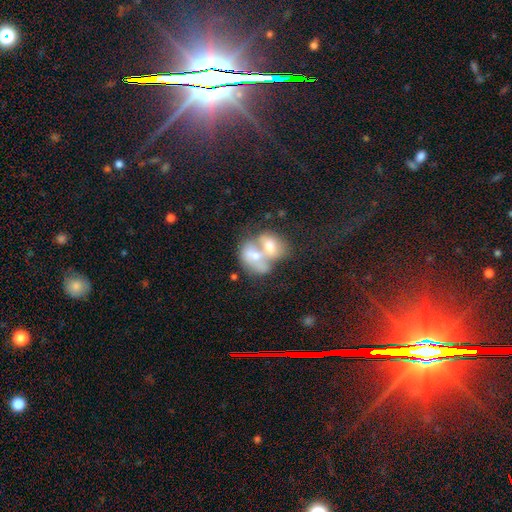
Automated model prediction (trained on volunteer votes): Smooth or featured?
  - smooth: 53% *
  - featured or disk: 38%
  - star or artifact: 9%
How rounded?
  - in between: 63% *
  - round: 36%
  - cigar-shaped: 2%
Merging?
  - merger: 79% *
  - none: 11%
  - minor disturbance: 5%
  - major disturbance: 4%